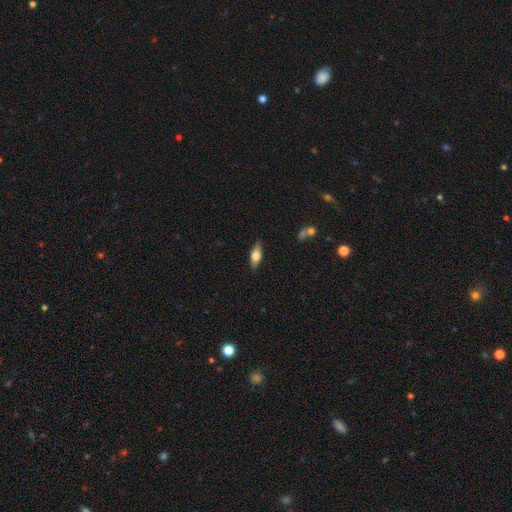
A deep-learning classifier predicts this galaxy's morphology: smooth-or-featured: smooth: 58% | featured or disk: 35% | star or artifact: 7%
  how-rounded: in between: 68% | cigar-shaped: 28% | round: 3%
  merging: none: 86% | minor disturbance: 11% | major disturbance: 2% | merger: 1%